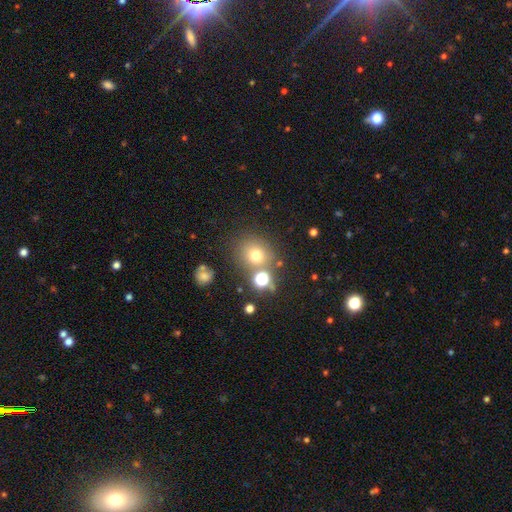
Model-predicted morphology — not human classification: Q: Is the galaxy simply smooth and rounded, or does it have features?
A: smooth — 69%.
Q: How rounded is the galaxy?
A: round — 83%.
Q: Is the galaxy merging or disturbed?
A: none — 70%.